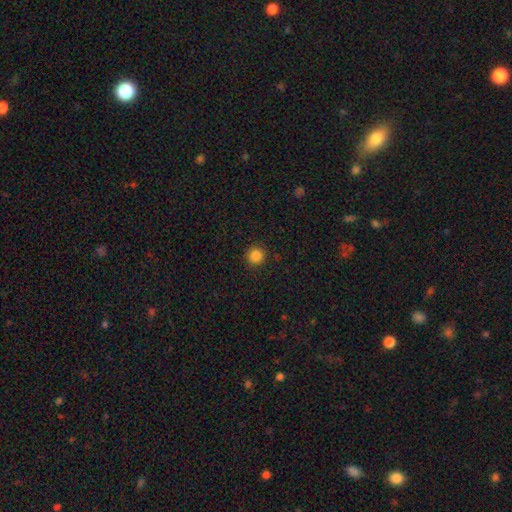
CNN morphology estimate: Smooth or featured: smooth — 85% (star or artifact — 11%)
How rounded: round — 94% (in between — 5%)
Merging: none — 92% (minor disturbance — 5%)